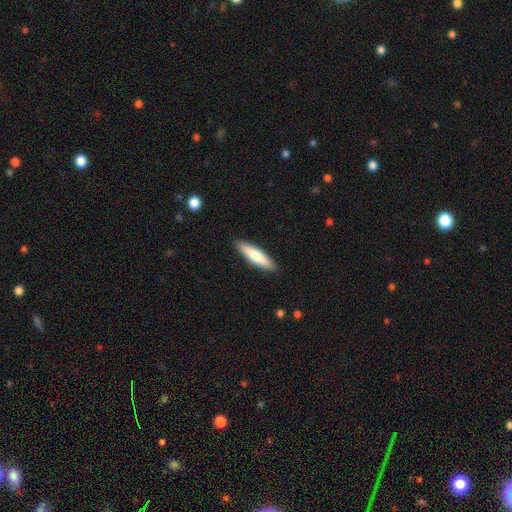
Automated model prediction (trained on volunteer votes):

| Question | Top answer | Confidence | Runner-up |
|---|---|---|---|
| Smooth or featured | smooth | 77% | featured or disk (18%) |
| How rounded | cigar-shaped | 76% | in between (23%) |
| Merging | none | 90% | minor disturbance (8%) |